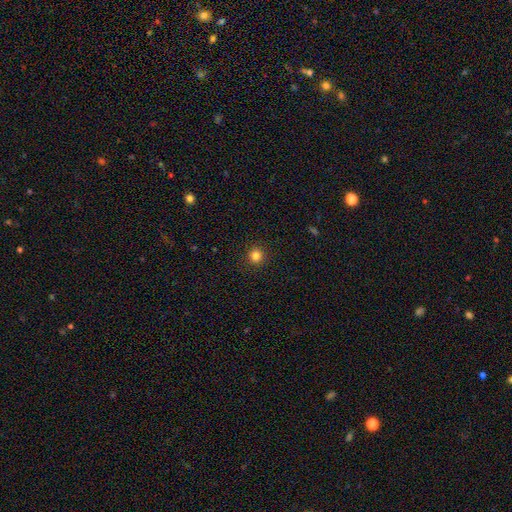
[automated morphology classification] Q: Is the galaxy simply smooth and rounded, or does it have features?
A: smooth — 83%.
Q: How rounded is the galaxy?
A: round — 92%.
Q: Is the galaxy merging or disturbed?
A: none — 92%.